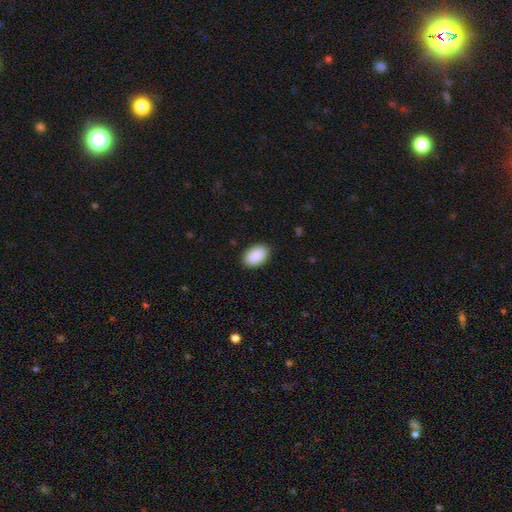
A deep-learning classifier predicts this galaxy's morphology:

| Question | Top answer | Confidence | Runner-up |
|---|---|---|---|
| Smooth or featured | smooth | 91% | star or artifact (7%) |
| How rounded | in between | 91% | round (8%) |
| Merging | none | 88% | minor disturbance (9%) |